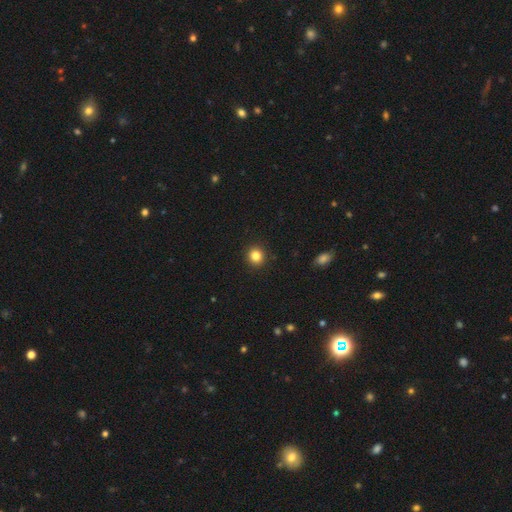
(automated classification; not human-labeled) Q: Smooth or featured?
A: smooth (84%); runner-up: star or artifact (11%)
Q: How rounded?
A: round (92%); runner-up: in between (8%)
Q: Merging?
A: none (93%); runner-up: minor disturbance (5%)